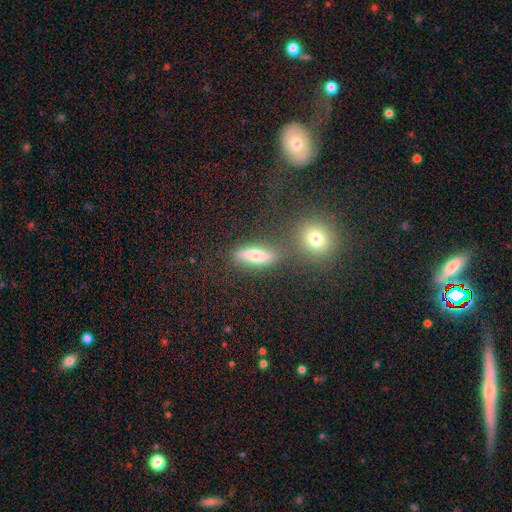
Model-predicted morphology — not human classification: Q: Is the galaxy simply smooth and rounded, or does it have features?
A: smooth — 64%.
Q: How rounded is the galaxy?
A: cigar-shaped — 47%.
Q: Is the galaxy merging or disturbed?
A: none — 70%.